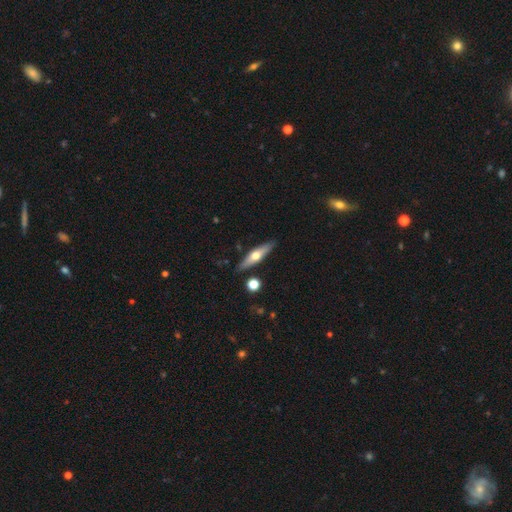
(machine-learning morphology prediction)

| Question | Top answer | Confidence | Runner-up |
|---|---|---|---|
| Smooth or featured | featured or disk | 51% | smooth (43%) |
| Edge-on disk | yes | 88% | no (12%) |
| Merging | none | 86% | minor disturbance (9%) |